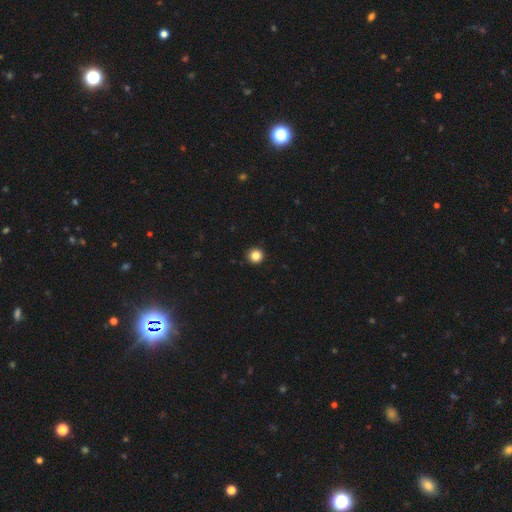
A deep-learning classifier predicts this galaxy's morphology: type=smooth (84%); roundness=round (95%); merging=none (94%).